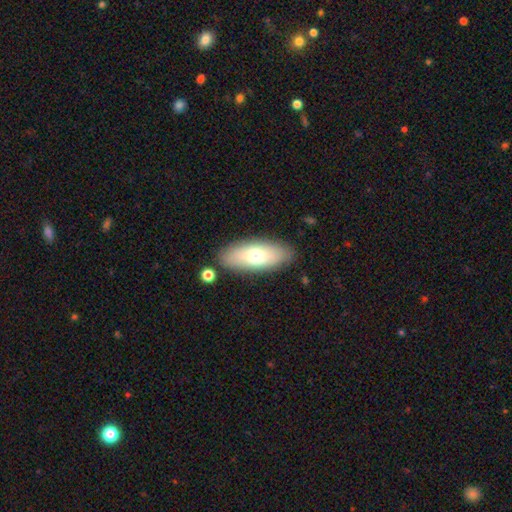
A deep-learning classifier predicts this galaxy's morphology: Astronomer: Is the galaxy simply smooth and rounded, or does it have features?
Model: smooth — 69%.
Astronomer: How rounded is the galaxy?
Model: in between — 77%.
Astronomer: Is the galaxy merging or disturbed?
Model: none — 84%.